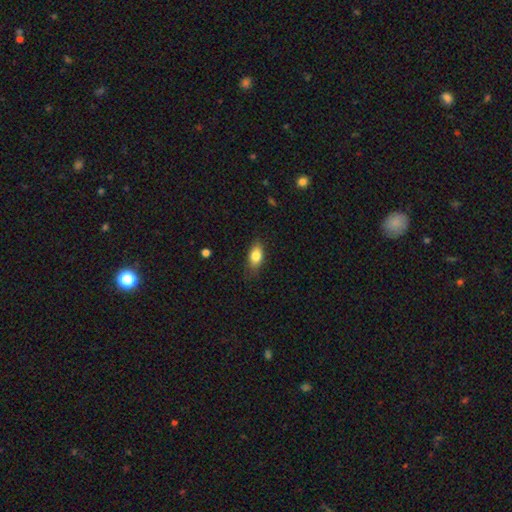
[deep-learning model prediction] Q: Smooth or featured?
A: smooth (81%); runner-up: featured or disk (11%)
Q: How rounded?
A: in between (85%); runner-up: round (8%)
Q: Merging?
A: none (79%); runner-up: minor disturbance (17%)